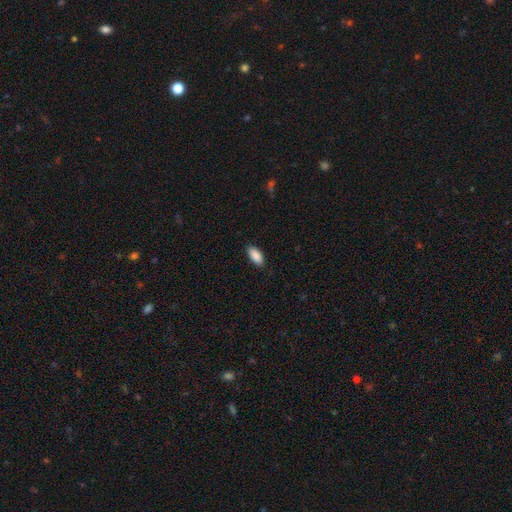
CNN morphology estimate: Q: Smooth or featured?
A: smooth (90%); runner-up: star or artifact (6%)
Q: How rounded?
A: in between (92%); runner-up: cigar-shaped (7%)
Q: Merging?
A: none (88%); runner-up: minor disturbance (9%)